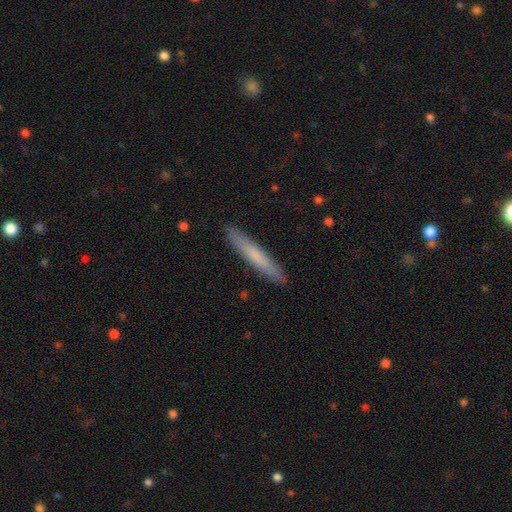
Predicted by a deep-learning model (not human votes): The model was most divided on "smooth or featured": smooth: 64%, featured or disk: 31%, star or artifact: 6%. More confident: how rounded — cigar-shaped (95%); merging — none (91%).